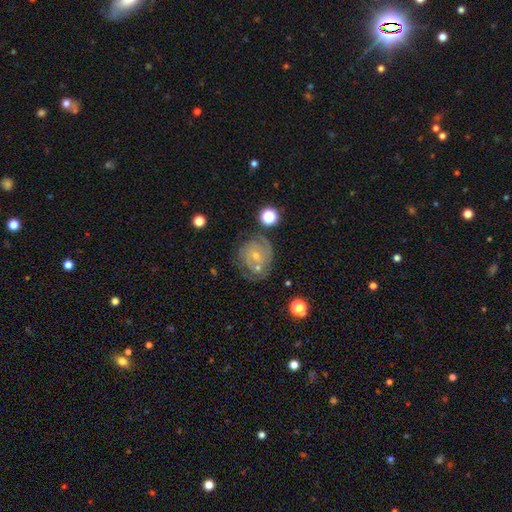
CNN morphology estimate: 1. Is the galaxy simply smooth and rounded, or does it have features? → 72% featured or disk, 16% smooth, 12% star or artifact.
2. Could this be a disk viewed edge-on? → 97% no, 3% yes.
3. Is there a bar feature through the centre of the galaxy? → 64% no, 29% weak, 7% strong.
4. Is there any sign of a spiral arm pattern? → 90% yes, 10% no.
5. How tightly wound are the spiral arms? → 66% tight, 27% medium, 7% loose.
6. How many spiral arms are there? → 36% can't tell, 32% 2, 16% 3, 6% 4, 5% 1, 5% more than 4.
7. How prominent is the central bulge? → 70% small, 25% moderate, 2% none, 1% large, 1% dominant.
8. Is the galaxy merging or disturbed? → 69% none, 16% minor disturbance, 8% merger, 7% major disturbance.